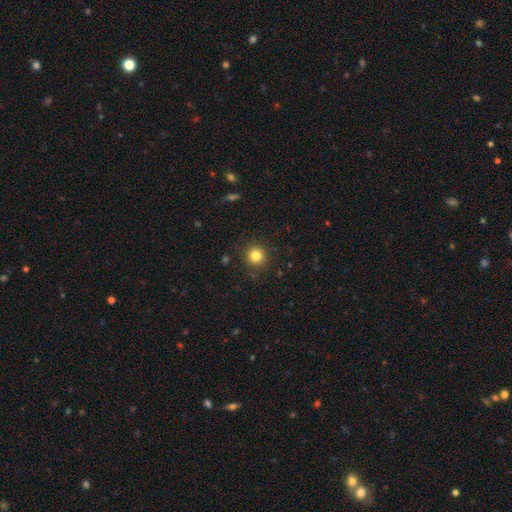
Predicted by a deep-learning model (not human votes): This is clearly a smooth galaxy (82%). How rounded: clearly round (94%). Merging: clearly none (90%).